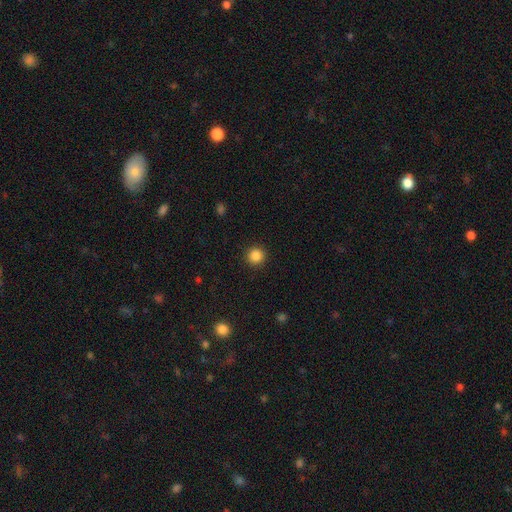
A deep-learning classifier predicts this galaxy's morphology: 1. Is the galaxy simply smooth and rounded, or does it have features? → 86% smooth, 11% star or artifact, 3% featured or disk.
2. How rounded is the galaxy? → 95% round, 4% in between, 1% cigar-shaped.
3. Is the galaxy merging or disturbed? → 92% none, 5% minor disturbance, 2% major disturbance, 1% merger.